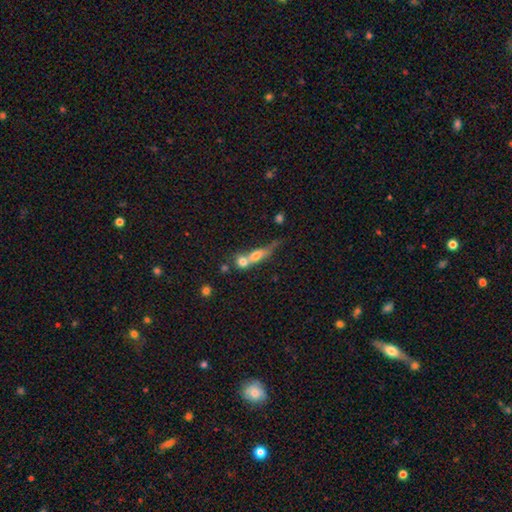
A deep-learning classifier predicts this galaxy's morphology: Smooth or featured? smooth (59%)
How rounded? in between (40%)
Merging? merger (65%)